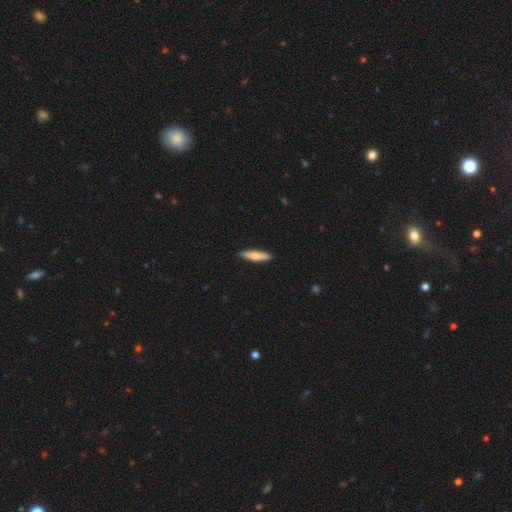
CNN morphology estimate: This is likely a smooth galaxy (68%). How rounded: clearly cigar-shaped (80%). Merging: clearly none (91%).